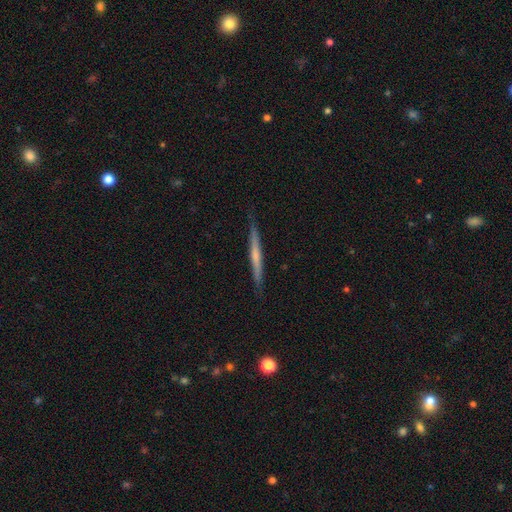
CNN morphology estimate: featured or disk 54%, smooth 40%, star or artifact 6%. Down the decision tree: edge-on disk — yes (97%); edge-on bulge — none (65%); merging — none (88%).